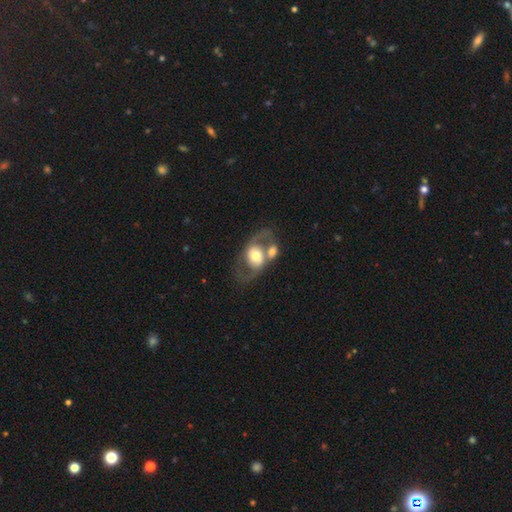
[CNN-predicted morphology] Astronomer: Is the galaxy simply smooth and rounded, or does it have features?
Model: featured or disk — 70%.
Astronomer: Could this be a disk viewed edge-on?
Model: no — 95%.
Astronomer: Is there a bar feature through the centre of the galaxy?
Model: no — 64%.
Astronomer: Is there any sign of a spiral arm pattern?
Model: yes — 73%.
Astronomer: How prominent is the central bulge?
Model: moderate — 56%.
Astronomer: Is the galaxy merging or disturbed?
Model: none — 41% (runner-up: merger, 34%).